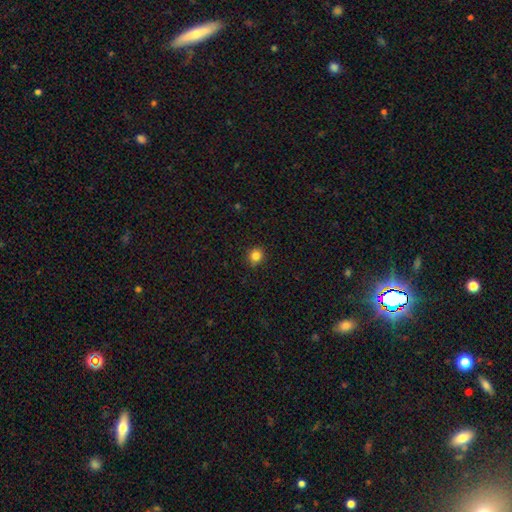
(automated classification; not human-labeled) Smooth or featured? smooth (83%)
How rounded? round (87%)
Merging? none (88%)